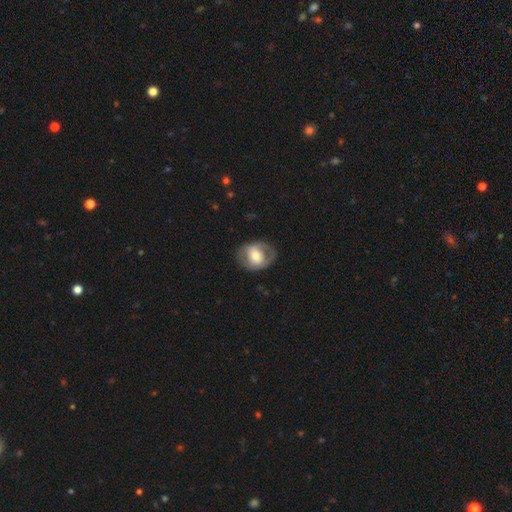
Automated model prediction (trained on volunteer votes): smooth-or-featured: smooth: 49% | featured or disk: 45% | star or artifact: 6%
  merging: none: 73% | minor disturbance: 17% | major disturbance: 9% | merger: 1%